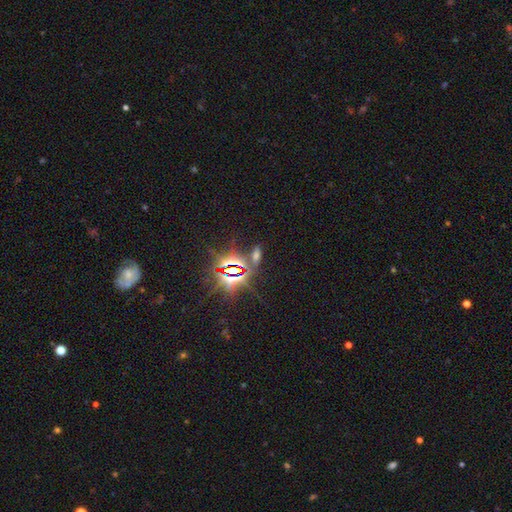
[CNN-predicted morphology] star or artifact 64%, smooth 26%, featured or disk 11%.